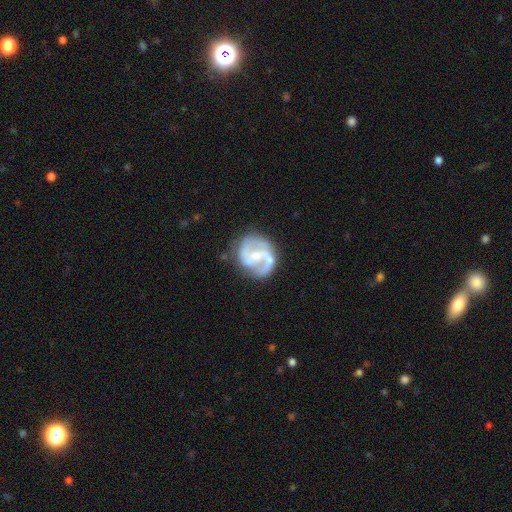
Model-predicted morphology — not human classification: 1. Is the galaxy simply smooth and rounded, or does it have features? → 84% featured or disk, 11% smooth, 5% star or artifact.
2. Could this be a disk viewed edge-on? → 98% no, 2% yes.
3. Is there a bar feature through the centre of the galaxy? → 47% weak, 34% no, 19% strong.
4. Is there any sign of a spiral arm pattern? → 93% yes, 7% no.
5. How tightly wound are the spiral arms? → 53% medium, 27% tight, 20% loose.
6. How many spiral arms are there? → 80% 2, 7% can't tell, 6% 3, 5% 1, 1% 4, 1% more than 4.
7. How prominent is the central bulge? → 49% small, 43% moderate, 5% none, 2% large, 1% dominant.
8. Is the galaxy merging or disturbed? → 64% none, 20% minor disturbance, 11% major disturbance, 5% merger.